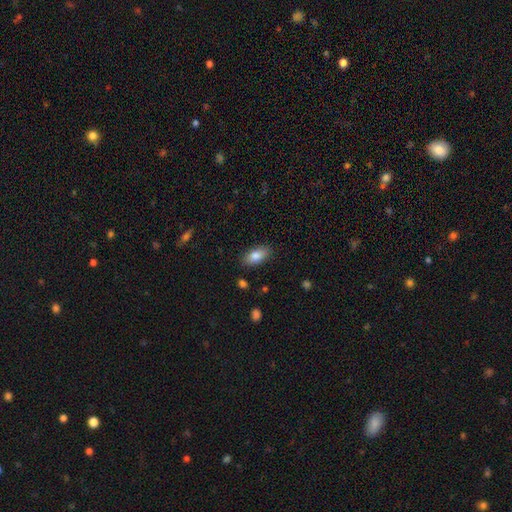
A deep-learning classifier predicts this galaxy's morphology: This appears to be a smooth galaxy with no disk features (83%) that is in between round and cigar-shaped (89%). Merging: none (86%).